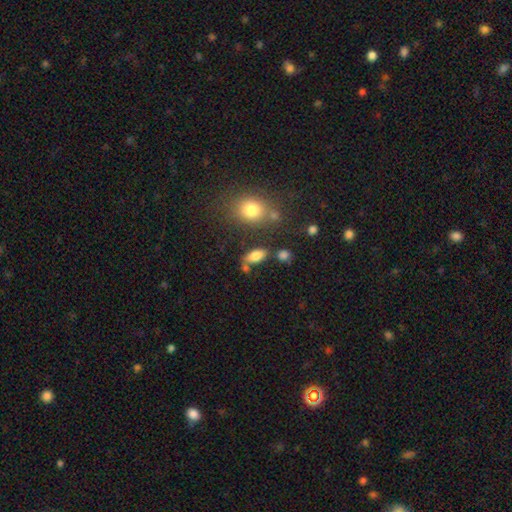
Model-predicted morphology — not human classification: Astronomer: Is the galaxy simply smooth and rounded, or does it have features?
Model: smooth — 80%.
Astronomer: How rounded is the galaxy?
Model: in between — 86%.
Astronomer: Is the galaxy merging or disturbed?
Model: none — 68%.